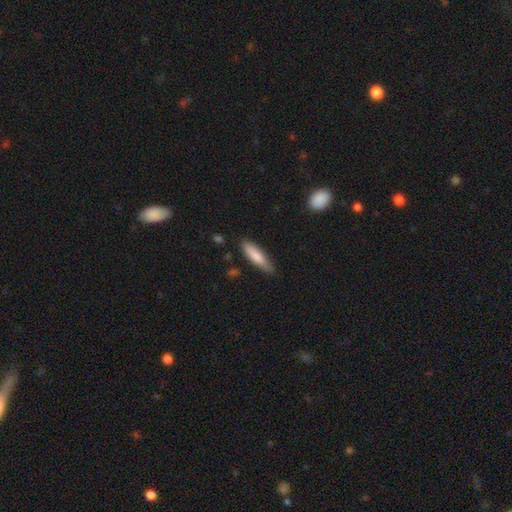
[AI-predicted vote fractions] smooth_or_featured: smooth (p=0.79) [alt: featured or disk p=0.16]
how_rounded: cigar-shaped (p=0.68) [alt: in between p=0.31]
merging: none (p=0.77) [alt: minor disturbance p=0.18]